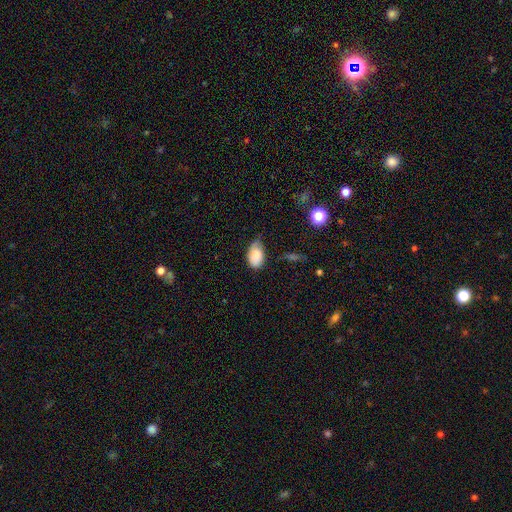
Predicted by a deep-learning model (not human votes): A smooth galaxy with no disk features (82%) that is in between round and cigar-shaped (92%).

Vote fractions:
- Smooth or featured? smooth: 82% / featured or disk: 11% / star or artifact: 7%
- How rounded? in between: 92% / round: 7% / cigar-shaped: 1%
- Merging? none: 45% / minor disturbance: 42% / major disturbance: 11% / merger: 2%